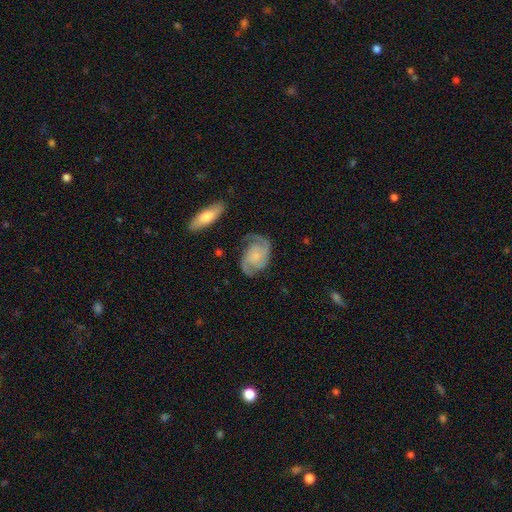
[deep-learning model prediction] Smooth or featured: featured or disk — 84% (smooth — 11%)
Edge-on disk: no — 97% (yes — 3%)
Bar: no — 69% (weak — 25%)
Spiral arms: yes — 97% (no — 3%)
Spiral winding: medium — 47% (tight — 38%)
Spiral arm count: 2 — 89% (can't tell — 4%)
Bulge size: small — 42% (none — 29%)
Merging: none — 73% (minor disturbance — 17%)